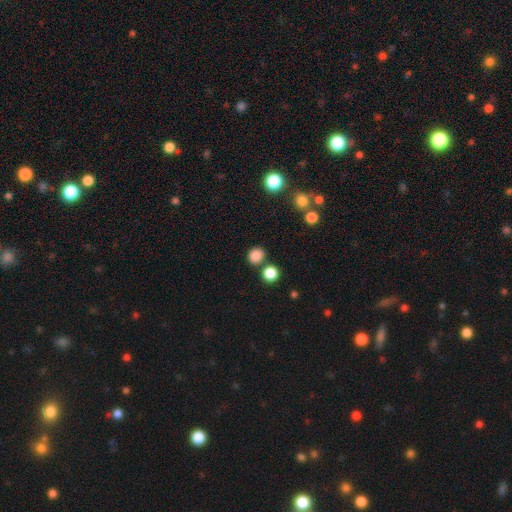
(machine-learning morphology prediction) Q: Smooth or featured?
A: smooth (84%); runner-up: star or artifact (13%)
Q: How rounded?
A: round (77%); runner-up: in between (22%)
Q: Merging?
A: none (76%); runner-up: merger (11%)